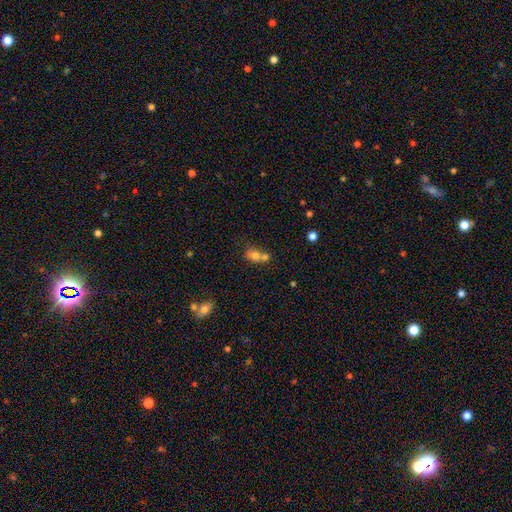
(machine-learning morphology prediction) Smooth or featured? Predicted: smooth (p=0.73). How rounded? Predicted: in between (p=0.52). Merging? Predicted: merger (p=0.53).